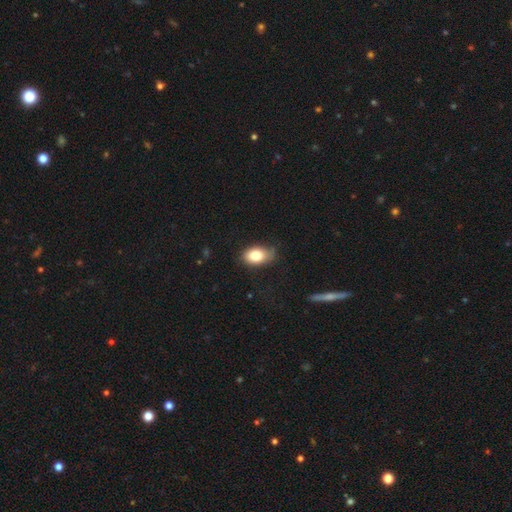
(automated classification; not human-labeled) This is likely a smooth galaxy (80%). How rounded: clearly in between (87%). Merging: likely none (63%).